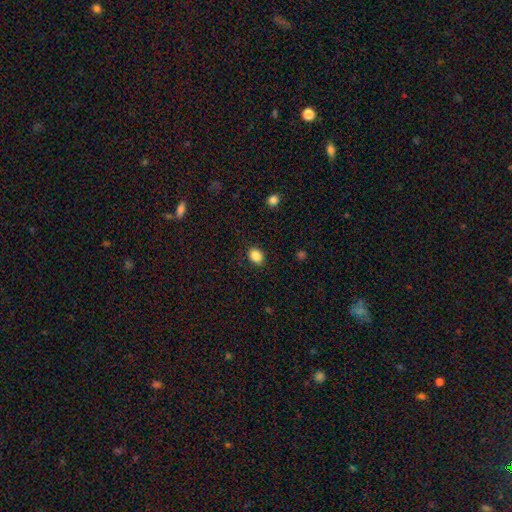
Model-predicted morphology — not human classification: This is clearly a smooth galaxy (87%). How rounded: likely in between (63%). Merging: clearly none (87%).